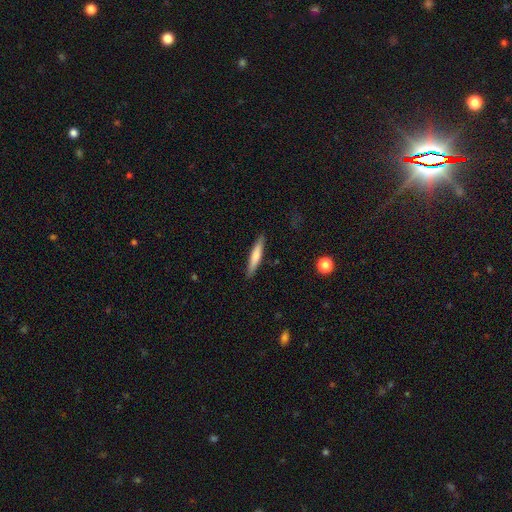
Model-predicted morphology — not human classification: type=smooth (68%); roundness=cigar-shaped (91%); merging=none (89%).